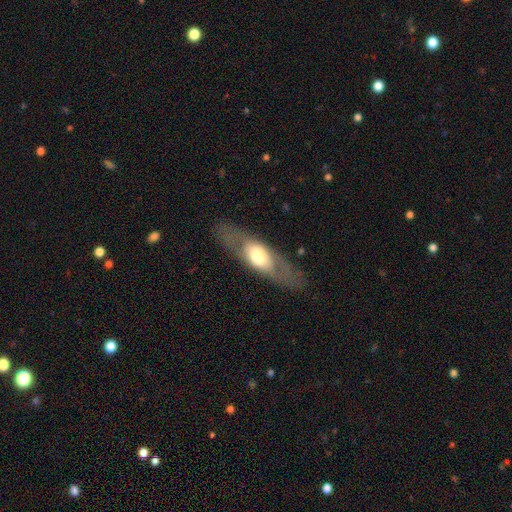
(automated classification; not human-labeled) smooth_or_featured: featured or disk (p=0.59) [alt: smooth p=0.34]
disk_edge_on: no (p=0.57) [alt: yes p=0.43]
merging: none (p=0.83) [alt: minor disturbance p=0.12]